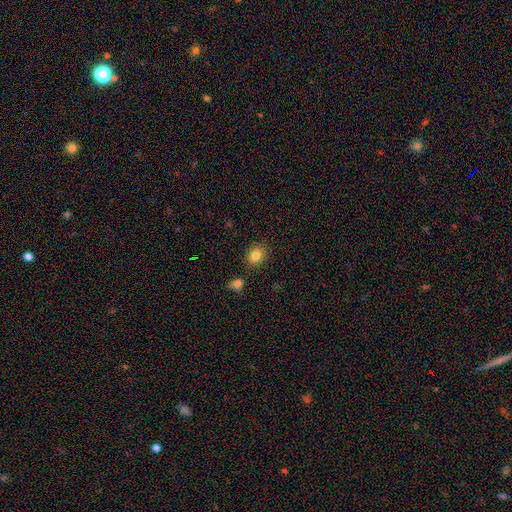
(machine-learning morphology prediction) smooth-or-featured: smooth: 83% | star or artifact: 10% | featured or disk: 7%
  how-rounded: round: 58% | in between: 41% | cigar-shaped: 1%
  merging: none: 81% | minor disturbance: 11% | merger: 5% | major disturbance: 3%